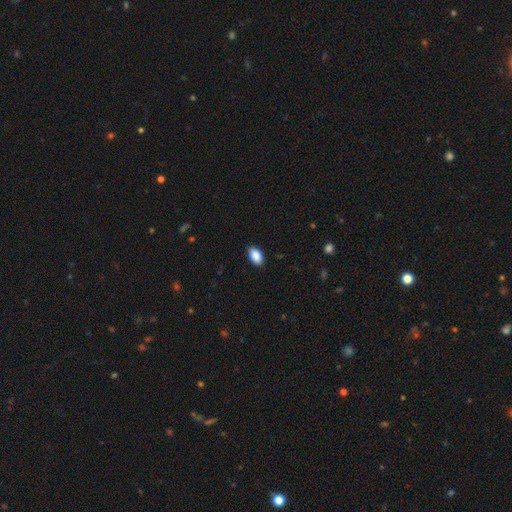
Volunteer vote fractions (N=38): smooth_or_featured: smooth (p=0.95) [alt: featured or disk p=0.03]
how_rounded: in between (p=1.00)
merging: none (p=0.86) [alt: minor disturbance p=0.14]